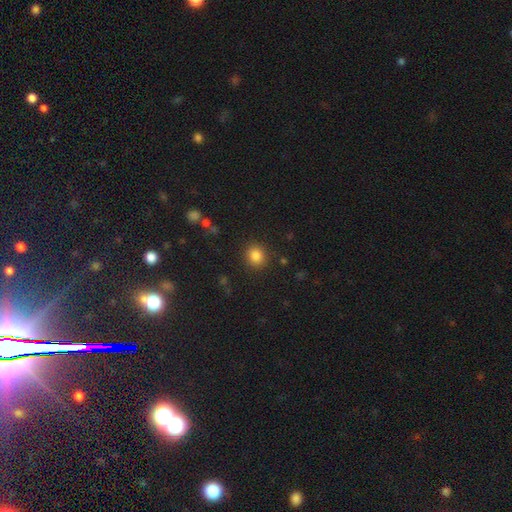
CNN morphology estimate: A smooth galaxy with no disk features (84%) that is round (87%). Merging: none (89%).